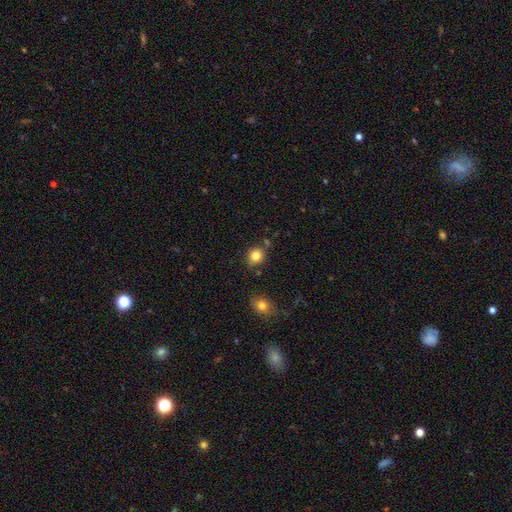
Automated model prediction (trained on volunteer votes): smooth-or-featured: smooth: 83% | star or artifact: 11% | featured or disk: 6%
  how-rounded: round: 80% | in between: 19% | cigar-shaped: 1%
  merging: none: 78% | minor disturbance: 12% | merger: 6% | major disturbance: 3%